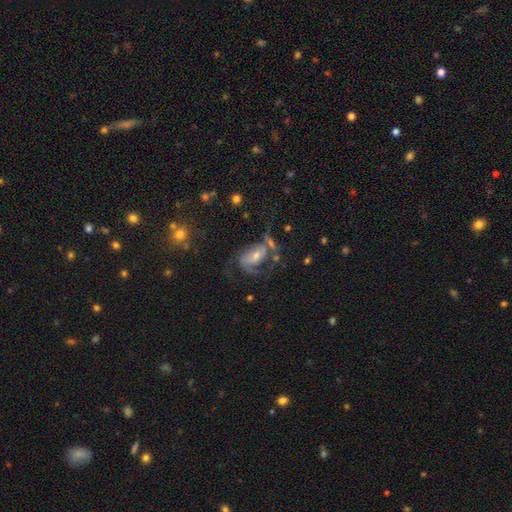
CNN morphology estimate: Smooth or featured? Predicted: featured or disk (p=0.65). Edge-on disk? Predicted: no (p=0.95). Bar? Predicted: no (p=0.55). Spiral arms? Predicted: yes (p=0.78). Bulge size? Predicted: small (p=0.46). Merging? Predicted: none (p=0.36).